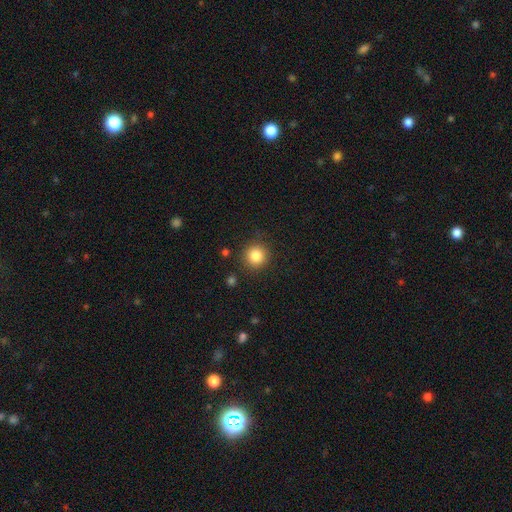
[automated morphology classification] Smooth or featured? smooth (84%)
How rounded? round (93%)
Merging? none (88%)